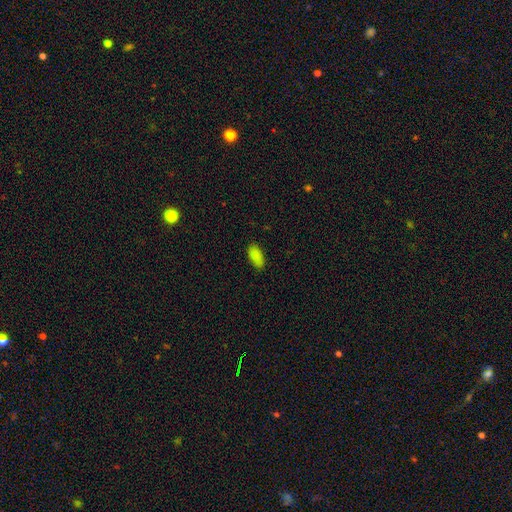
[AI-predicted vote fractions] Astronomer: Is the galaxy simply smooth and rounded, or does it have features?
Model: smooth — 87%.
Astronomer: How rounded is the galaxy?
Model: in between — 90%.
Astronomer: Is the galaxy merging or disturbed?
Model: none — 83%.